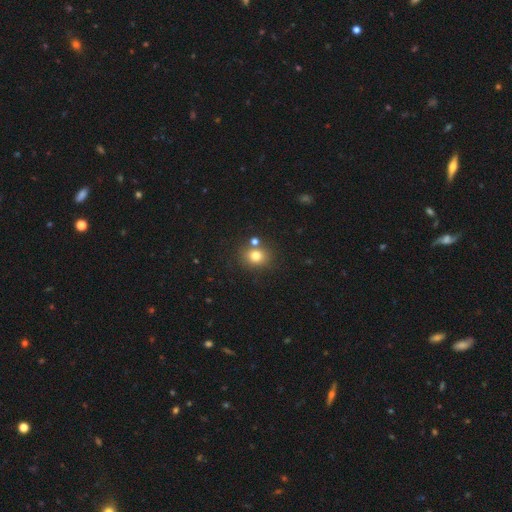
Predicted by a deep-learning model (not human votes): This is likely a smooth galaxy (78%). How rounded: likely round (77%). Merging: likely none (73%).